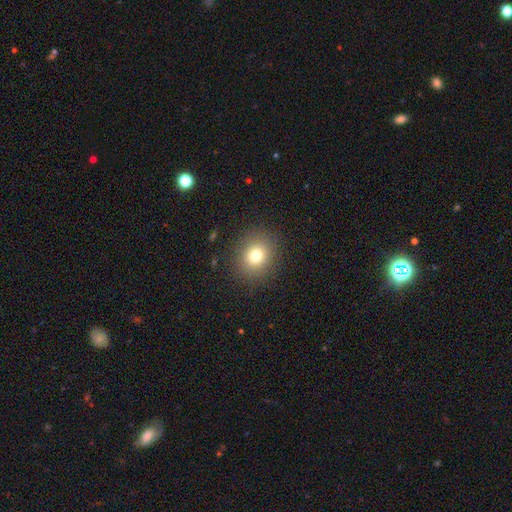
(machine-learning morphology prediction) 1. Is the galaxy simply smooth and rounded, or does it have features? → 77% smooth, 14% star or artifact, 10% featured or disk.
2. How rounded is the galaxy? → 75% round, 24% in between, 1% cigar-shaped.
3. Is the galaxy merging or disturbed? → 88% none, 7% minor disturbance, 3% major disturbance, 1% merger.